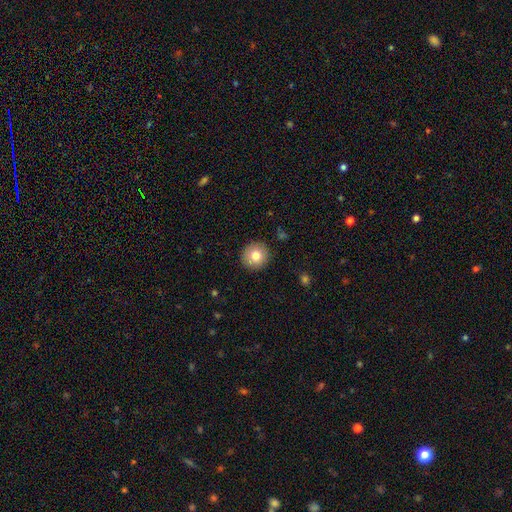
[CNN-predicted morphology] Q: Smooth or featured?
A: smooth (79%); runner-up: featured or disk (12%)
Q: How rounded?
A: round (93%); runner-up: in between (6%)
Q: Merging?
A: none (91%); runner-up: minor disturbance (6%)